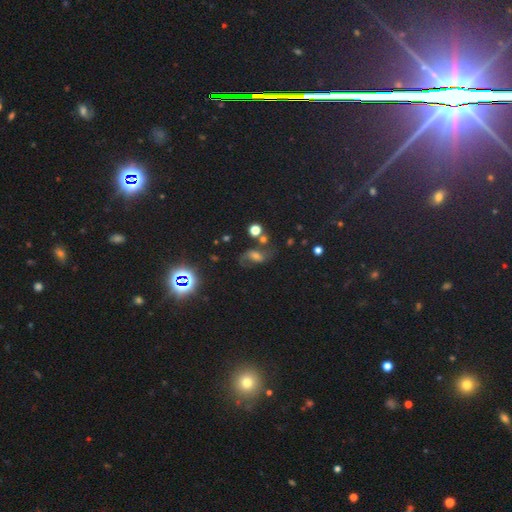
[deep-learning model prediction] A featured or disk galaxy (51%). Merging: none (53%).